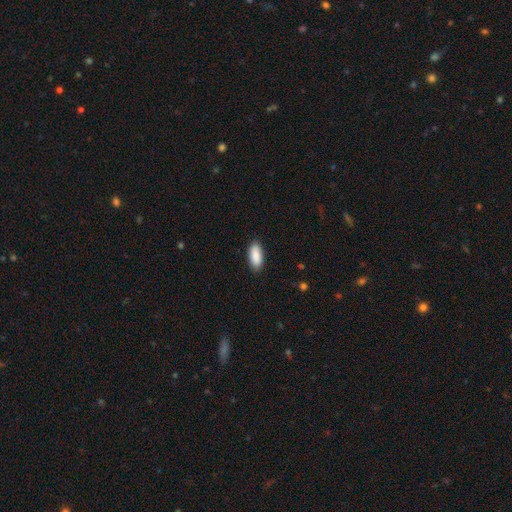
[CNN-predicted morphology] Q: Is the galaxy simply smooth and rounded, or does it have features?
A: smooth — 89%.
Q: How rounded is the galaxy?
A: in between — 86%.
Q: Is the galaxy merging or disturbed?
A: none — 88%.